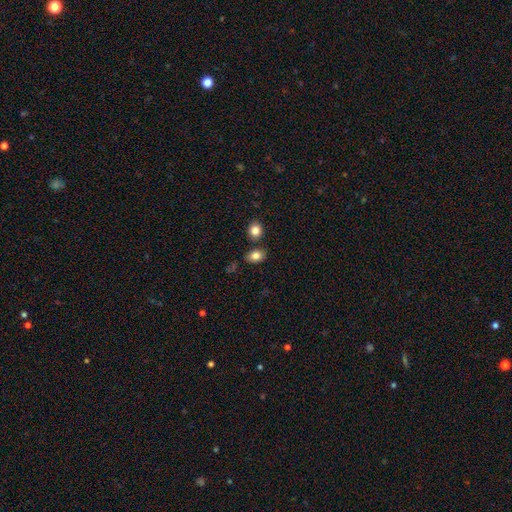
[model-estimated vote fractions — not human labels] smooth-or-featured: smooth: 83% | star or artifact: 10% | featured or disk: 8%
  how-rounded: in between: 70% | round: 29% | cigar-shaped: 1%
  merging: none: 76% | minor disturbance: 11% | merger: 10% | major disturbance: 3%